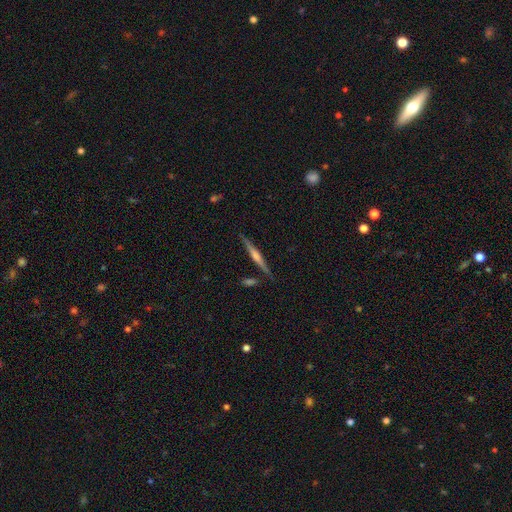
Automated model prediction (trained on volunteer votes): Smooth or featured: featured or disk — 76% (smooth — 18%)
Edge-on disk: yes — 98% (no — 2%)
Edge-on bulge: rounded — 76% (none — 13%)
Merging: none — 89% (minor disturbance — 7%)